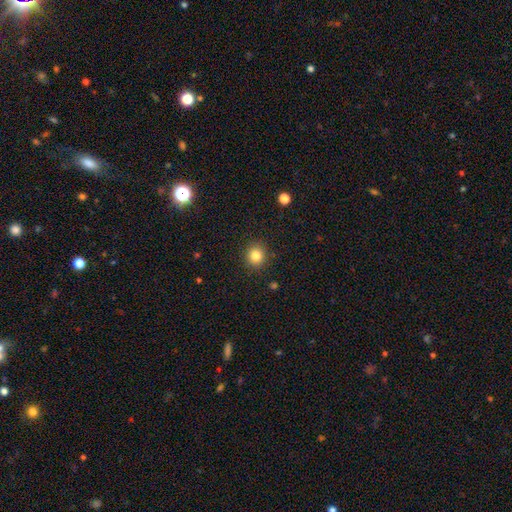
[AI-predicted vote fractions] Smooth or featured?
  - smooth: 83% *
  - star or artifact: 11%
  - featured or disk: 5%
How rounded?
  - round: 88% *
  - in between: 11%
  - cigar-shaped: 1%
Merging?
  - none: 91% *
  - minor disturbance: 6%
  - major disturbance: 2%
  - merger: 1%